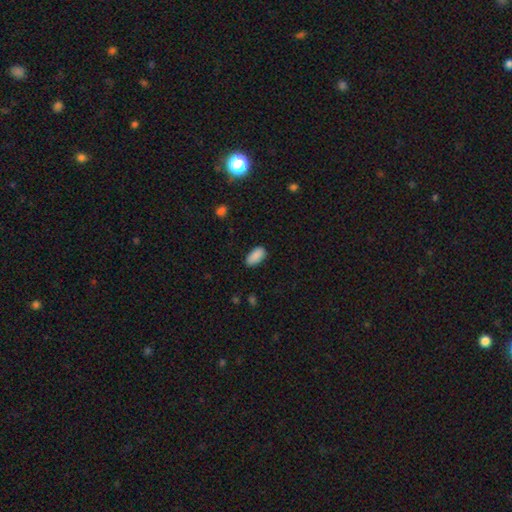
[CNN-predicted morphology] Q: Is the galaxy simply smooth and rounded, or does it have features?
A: smooth — 89%.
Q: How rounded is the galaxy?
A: in between — 94%.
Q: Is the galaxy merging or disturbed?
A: none — 84%.